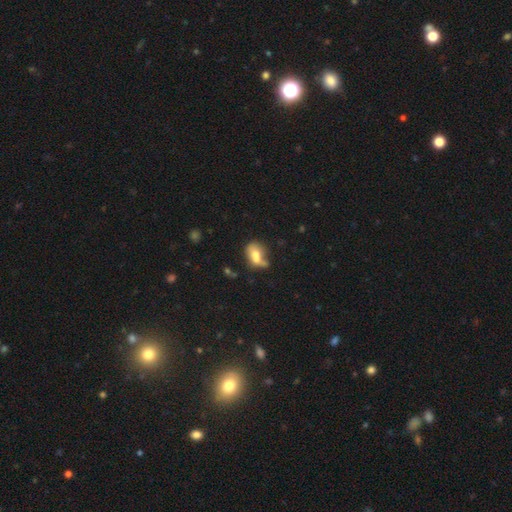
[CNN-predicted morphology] Q: Smooth or featured?
A: smooth (65%); runner-up: featured or disk (25%)
Q: How rounded?
A: in between (74%); runner-up: round (24%)
Q: Merging?
A: merger (42%); runner-up: none (27%)